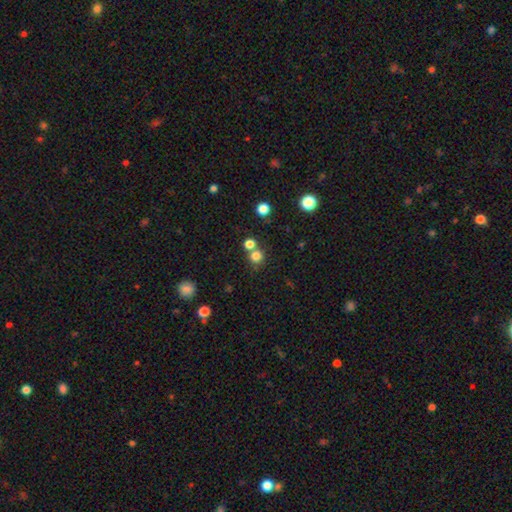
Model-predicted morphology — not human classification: smooth_or_featured: smooth (p=0.78) [alt: star or artifact p=0.15]
how_rounded: round (p=0.90) [alt: in between p=0.09]
merging: none (p=0.63) [alt: merger p=0.28]